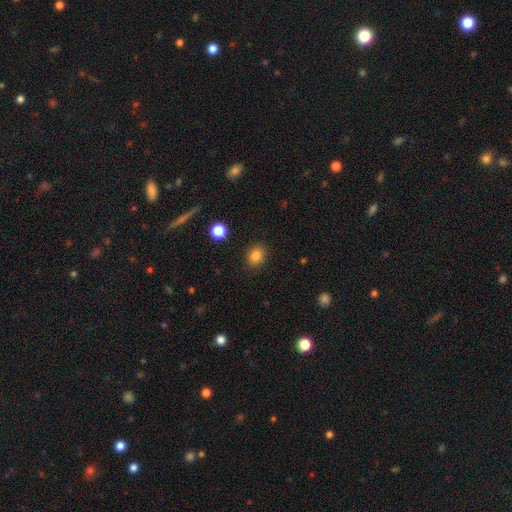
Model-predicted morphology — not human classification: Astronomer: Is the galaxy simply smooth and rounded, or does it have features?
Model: smooth — 84%.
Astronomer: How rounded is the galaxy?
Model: in between — 50% (runner-up: round, 49%).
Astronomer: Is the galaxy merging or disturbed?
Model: none — 88%.